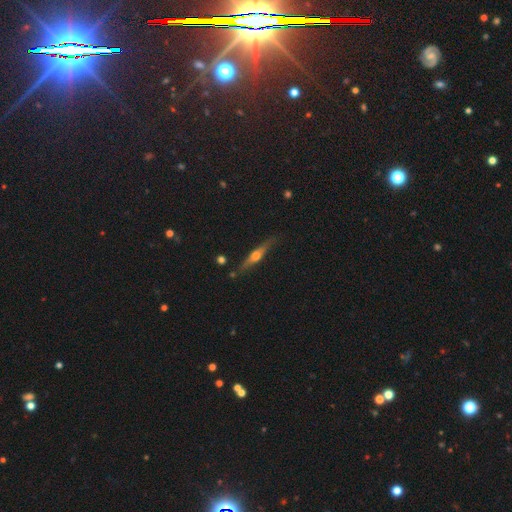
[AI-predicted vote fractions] smooth_or_featured: featured or disk (p=0.68) [alt: smooth p=0.26]
disk_edge_on: yes (p=0.97) [alt: no p=0.03]
edge_on_bulge: rounded (p=0.91) [alt: boxy p=0.06]
merging: none (p=0.83) [alt: minor disturbance p=0.12]